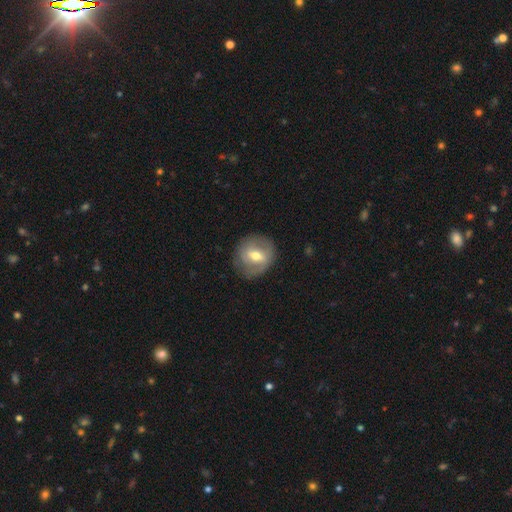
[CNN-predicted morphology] This is possibly a featured or disk galaxy (55%). It is clearly not viewed edge-on (94%). Bar: possibly weak (49%). Spiral arm pattern: possibly yes (52%). Central bulge: likely moderate (73%). Merging: likely none (77%).